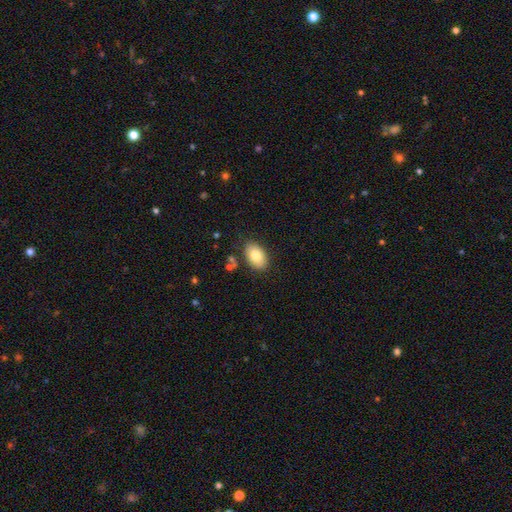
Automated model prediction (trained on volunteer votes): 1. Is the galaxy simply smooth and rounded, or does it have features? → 81% smooth, 12% featured or disk, 7% star or artifact.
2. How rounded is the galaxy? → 91% in between, 8% round, 1% cigar-shaped.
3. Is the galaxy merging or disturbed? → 83% none, 12% minor disturbance, 3% merger, 3% major disturbance.